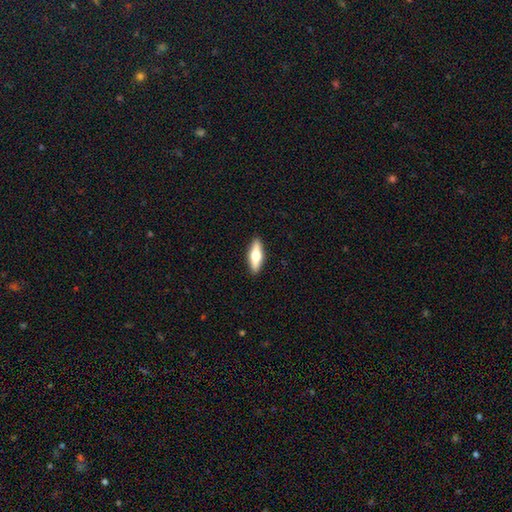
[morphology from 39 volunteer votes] Smooth or featured: smooth — 56% (featured or disk — 38%)
How rounded: cigar-shaped — 59% (in between — 41%)
Merging: none — 97% (minor disturbance — 3%)